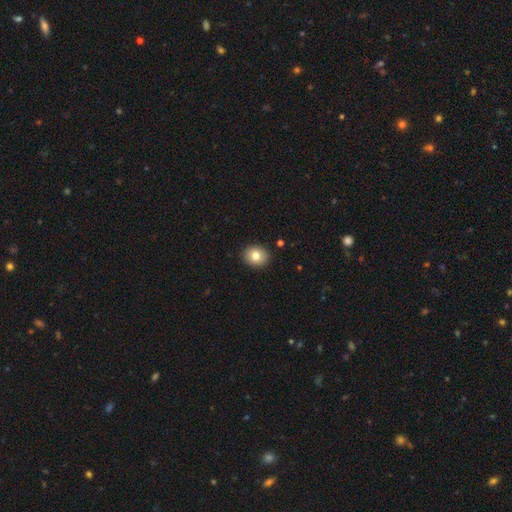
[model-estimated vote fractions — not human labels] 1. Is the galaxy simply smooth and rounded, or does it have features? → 80% smooth, 10% featured or disk, 10% star or artifact.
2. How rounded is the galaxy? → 65% round, 34% in between, 1% cigar-shaped.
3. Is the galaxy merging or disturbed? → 90% none, 7% minor disturbance, 2% major disturbance, 1% merger.